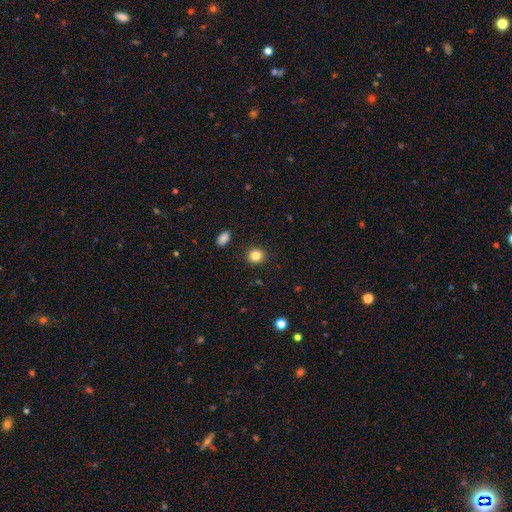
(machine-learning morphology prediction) A smooth galaxy with no disk features (84%) that is round (85%).

Vote fractions:
- Smooth or featured? smooth: 84% / star or artifact: 11% / featured or disk: 5%
- How rounded? round: 85% / in between: 14% / cigar-shaped: 1%
- Merging? none: 90% / minor disturbance: 6% / major disturbance: 2% / merger: 2%